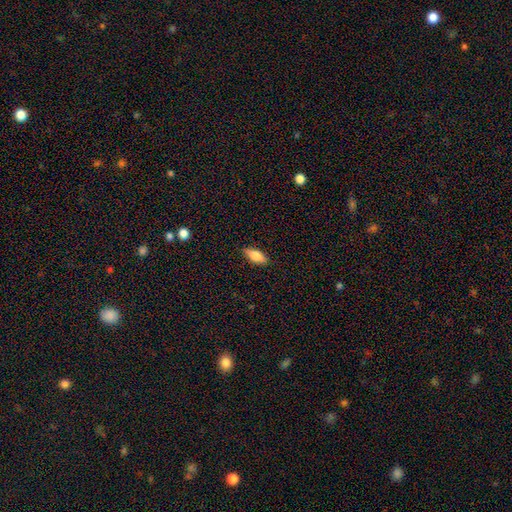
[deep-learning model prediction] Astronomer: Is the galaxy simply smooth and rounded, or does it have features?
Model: smooth — 75%.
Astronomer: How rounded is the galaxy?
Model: in between — 77%.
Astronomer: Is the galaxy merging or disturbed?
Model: none — 87%.